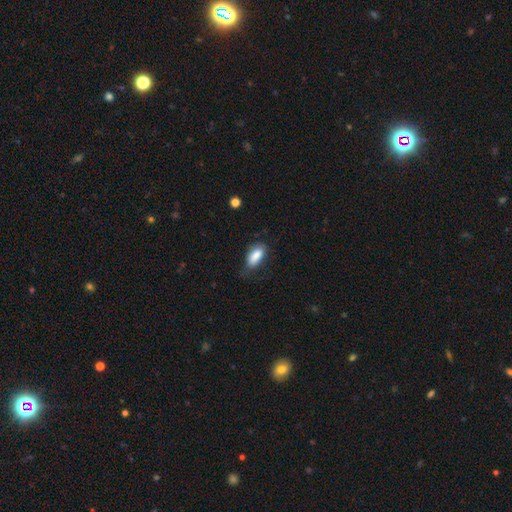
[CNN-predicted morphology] This appears to be a smooth galaxy with no disk features (84%) that is in between round and cigar-shaped (85%). Merging: none (57%).